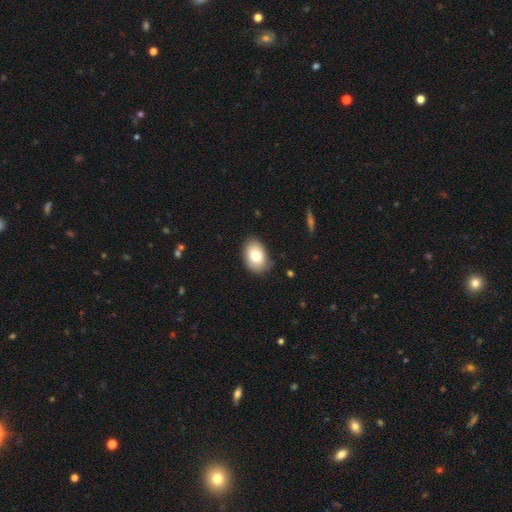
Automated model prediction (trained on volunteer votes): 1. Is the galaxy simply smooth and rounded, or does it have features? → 79% smooth, 13% featured or disk, 8% star or artifact.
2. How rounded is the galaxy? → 84% in between, 15% round, 1% cigar-shaped.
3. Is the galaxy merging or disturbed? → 81% none, 15% minor disturbance, 3% major disturbance, 1% merger.